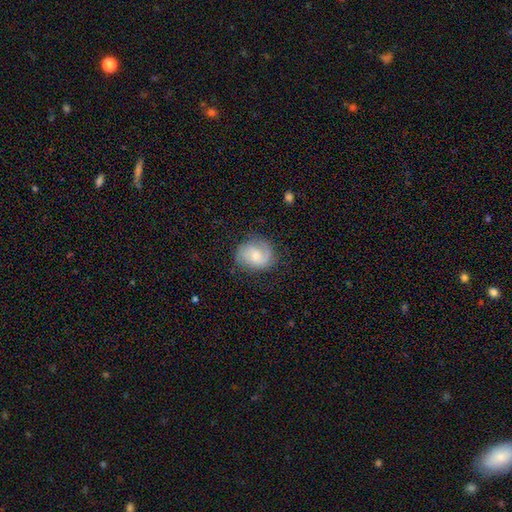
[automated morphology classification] Smooth or featured: featured or disk — 56% (smooth — 37%)
Edge-on disk: no — 98% (yes — 2%)
Bar: no — 54% (weak — 40%)
Spiral arms: yes — 90% (no — 10%)
Bulge size: moderate — 49% (small — 39%)
Merging: none — 74% (minor disturbance — 18%)